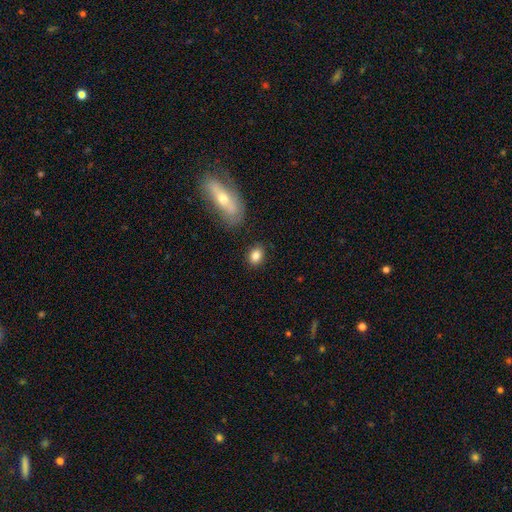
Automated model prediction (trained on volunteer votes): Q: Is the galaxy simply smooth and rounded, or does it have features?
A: smooth — 83%.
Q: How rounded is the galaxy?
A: in between — 64%.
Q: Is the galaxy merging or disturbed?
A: none — 85%.